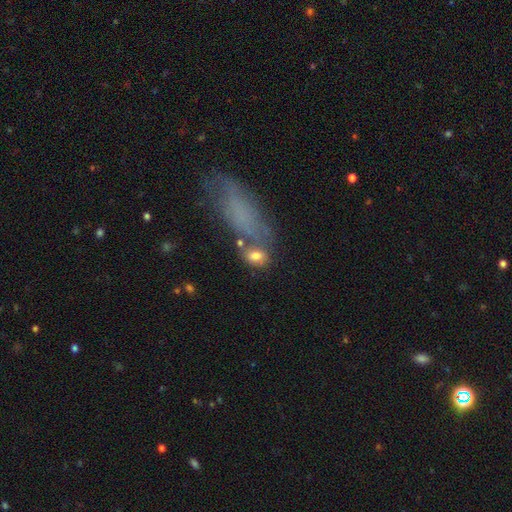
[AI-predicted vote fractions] smooth 68%, featured or disk 19%, star or artifact 12%. Down the decision tree: how rounded — in between (76%); merging — none (39%).